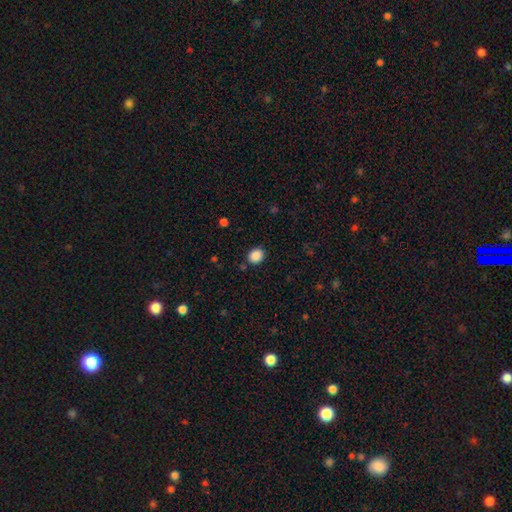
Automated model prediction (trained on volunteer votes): Q: Smooth or featured?
A: smooth (88%); runner-up: star or artifact (9%)
Q: How rounded?
A: round (71%); runner-up: in between (28%)
Q: Merging?
A: none (87%); runner-up: minor disturbance (9%)